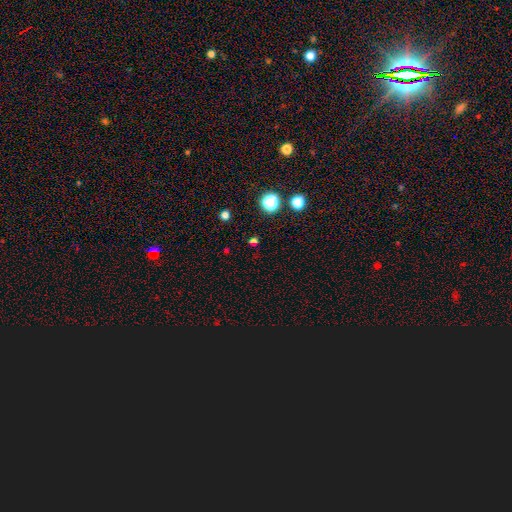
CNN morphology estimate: The model was most divided on "smooth or featured": star or artifact: 51%, smooth: 42%, featured or disk: 6%.